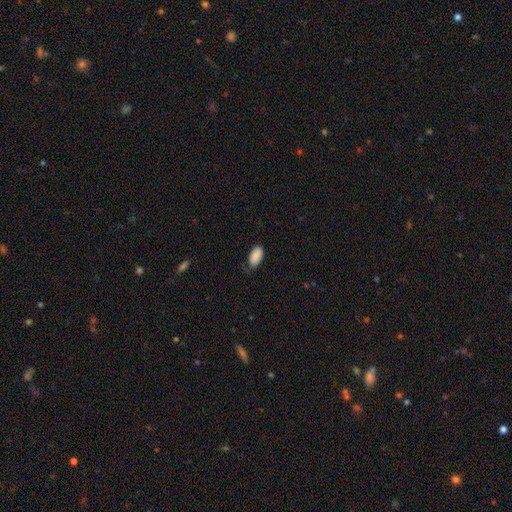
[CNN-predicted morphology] Overall: smooth (89%). How rounded: in between (94%). Merging: none (68%).